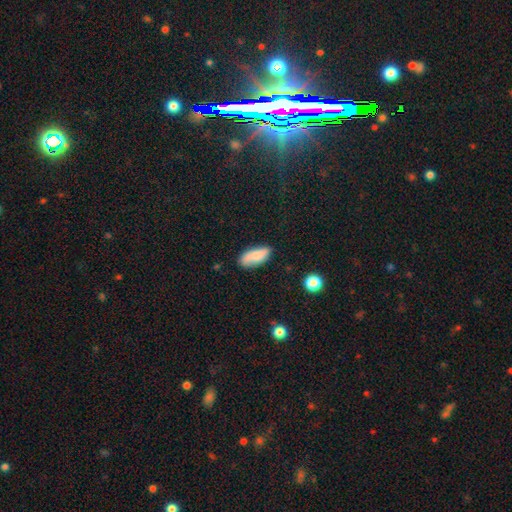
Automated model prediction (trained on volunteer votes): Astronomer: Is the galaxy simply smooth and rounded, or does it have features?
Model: smooth — 79%.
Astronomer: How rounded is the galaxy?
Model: in between — 78%.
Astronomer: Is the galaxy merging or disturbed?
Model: none — 72%.